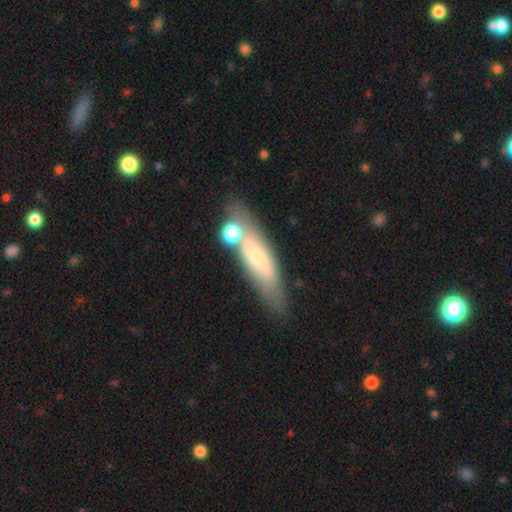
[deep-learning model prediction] A smooth galaxy with no disk features (54%) that is cigar-shaped (61%). Merging: none (59%).